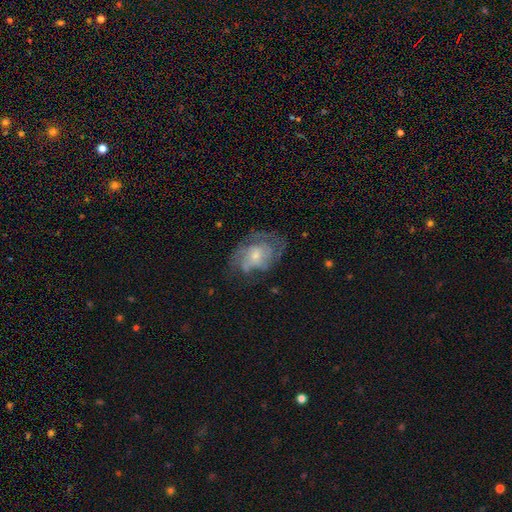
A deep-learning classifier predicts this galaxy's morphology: Smooth or featured: featured or disk — 72% (smooth — 20%)
Edge-on disk: no — 97% (yes — 3%)
Bar: no — 62% (weak — 33%)
Spiral arms: yes — 80% (no — 20%)
Spiral winding: tight — 42% (medium — 41%)
Spiral arm count: can't tell — 43% (2 — 25%)
Bulge size: small — 49% (moderate — 39%)
Merging: none — 55% (minor disturbance — 24%)